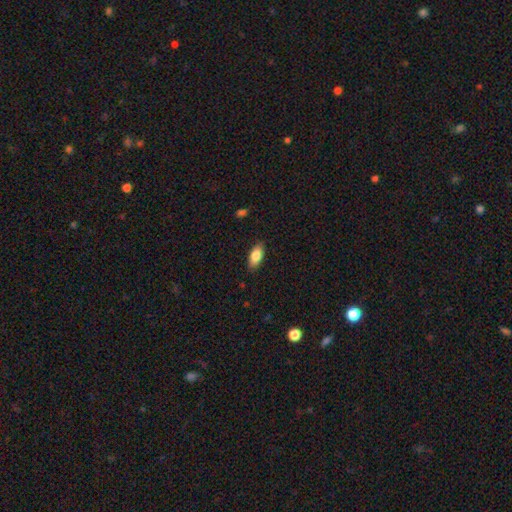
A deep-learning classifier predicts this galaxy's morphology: Q: Smooth or featured?
A: smooth (82%); runner-up: featured or disk (11%)
Q: How rounded?
A: in between (88%); runner-up: cigar-shaped (9%)
Q: Merging?
A: none (87%); runner-up: minor disturbance (10%)